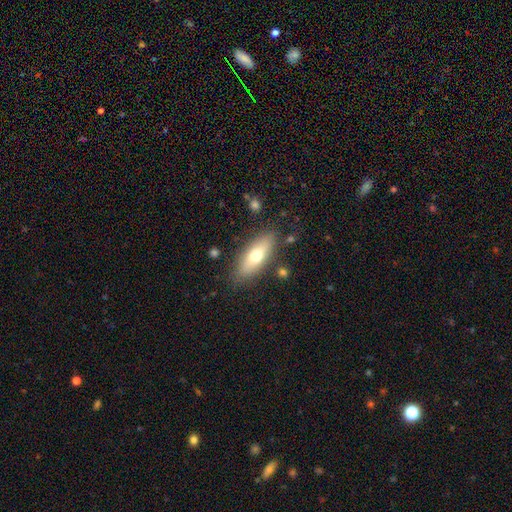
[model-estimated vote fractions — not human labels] This is likely a smooth galaxy (64%). How rounded: likely in between (65%). Merging: clearly none (83%).